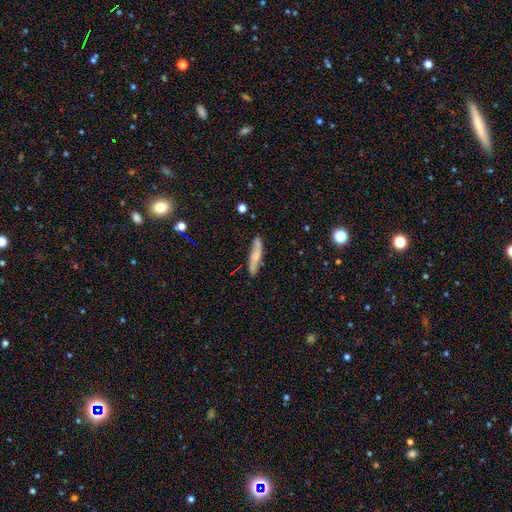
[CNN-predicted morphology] Smooth or featured: smooth — 56% (featured or disk — 37%)
How rounded: cigar-shaped — 84% (in between — 14%)
Merging: none — 78% (minor disturbance — 17%)